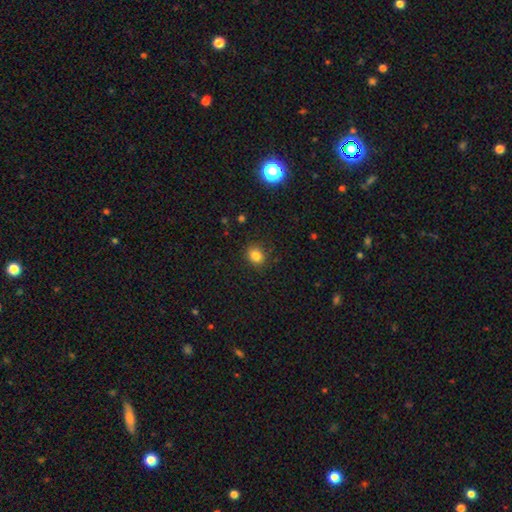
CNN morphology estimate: Q: Smooth or featured?
A: smooth (84%); runner-up: star or artifact (11%)
Q: How rounded?
A: round (61%); runner-up: in between (38%)
Q: Merging?
A: none (87%); runner-up: minor disturbance (9%)